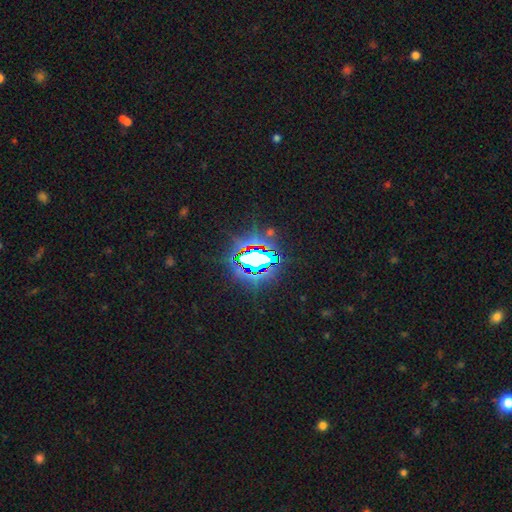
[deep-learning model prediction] Smooth or featured? star or artifact (75%)